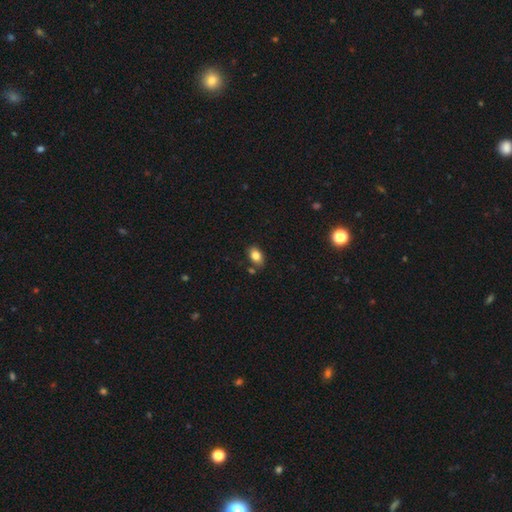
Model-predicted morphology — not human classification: A smooth galaxy with no disk features (82%) that is in between round and cigar-shaped (86%). Merging: none (77%).